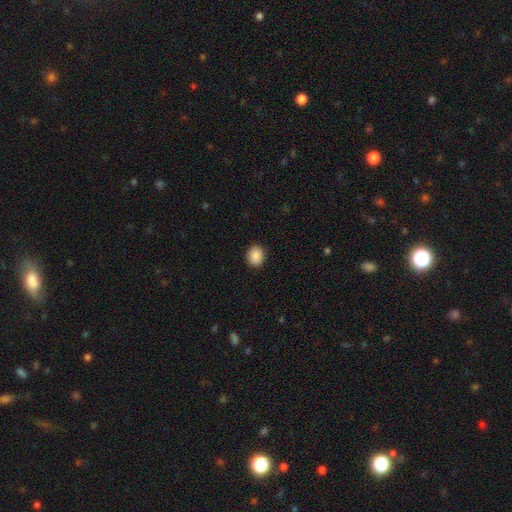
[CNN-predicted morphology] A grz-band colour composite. It shows a smooth galaxy with no disk features (89%) that is round (57%). Merging: none (90%).